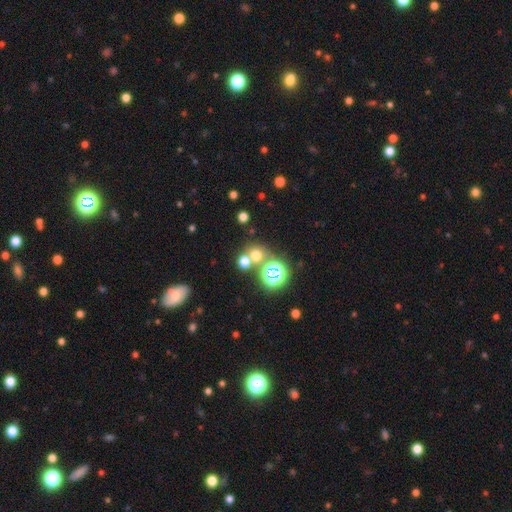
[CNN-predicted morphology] This is possibly a smooth galaxy (56%). How rounded: clearly round (84%). Merging: likely none (61%).